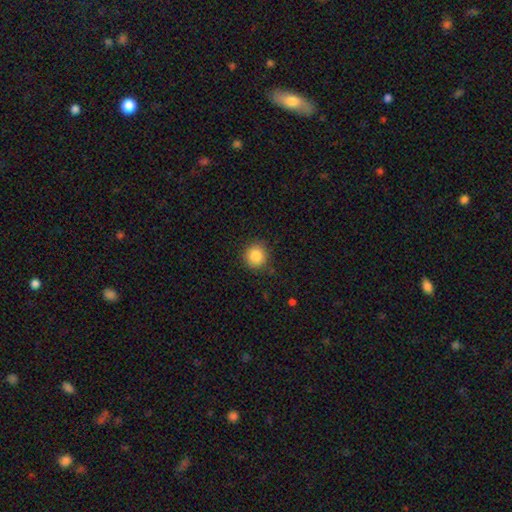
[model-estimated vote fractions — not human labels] smooth_or_featured: smooth (p=0.87) [alt: star or artifact p=0.09]
how_rounded: round (p=0.91) [alt: in between p=0.08]
merging: none (p=0.88) [alt: minor disturbance p=0.08]